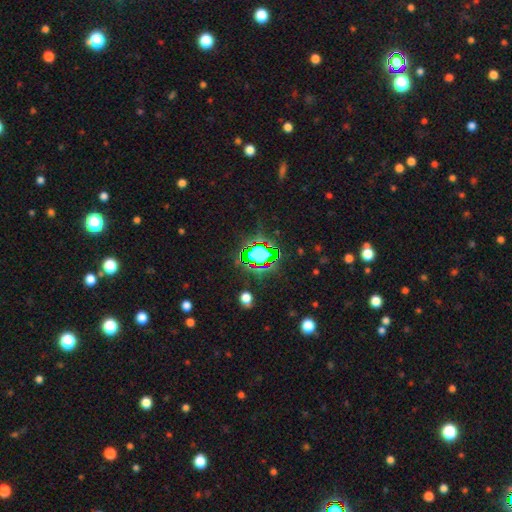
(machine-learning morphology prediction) Smooth or featured? star or artifact (81%)